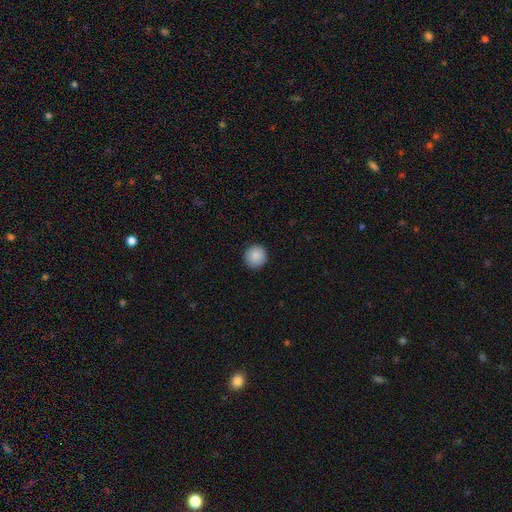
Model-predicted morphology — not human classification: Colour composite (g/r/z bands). It shows a smooth galaxy with no disk features (89%) that is round (95%). Merging: none (92%).